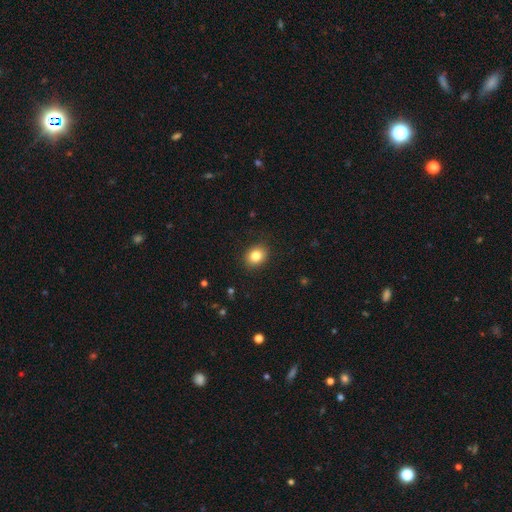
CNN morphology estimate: Smooth or featured?
  - smooth: 83% *
  - star or artifact: 10%
  - featured or disk: 7%
How rounded?
  - round: 55% *
  - in between: 44%
  - cigar-shaped: 1%
Merging?
  - none: 89% *
  - minor disturbance: 8%
  - major disturbance: 2%
  - merger: 1%